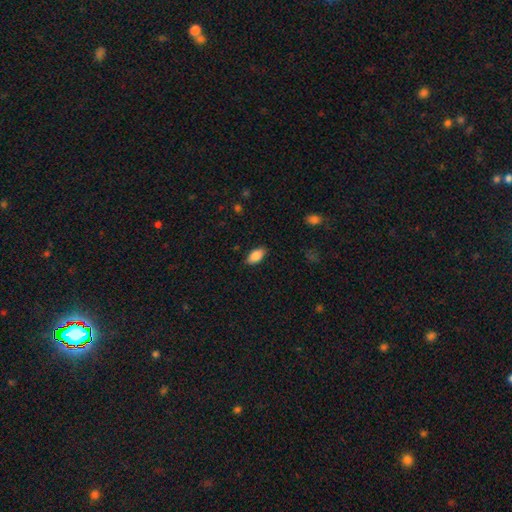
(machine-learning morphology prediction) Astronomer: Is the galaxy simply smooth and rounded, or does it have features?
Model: smooth — 86%.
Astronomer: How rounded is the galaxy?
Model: in between — 92%.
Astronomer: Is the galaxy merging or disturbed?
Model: none — 85%.